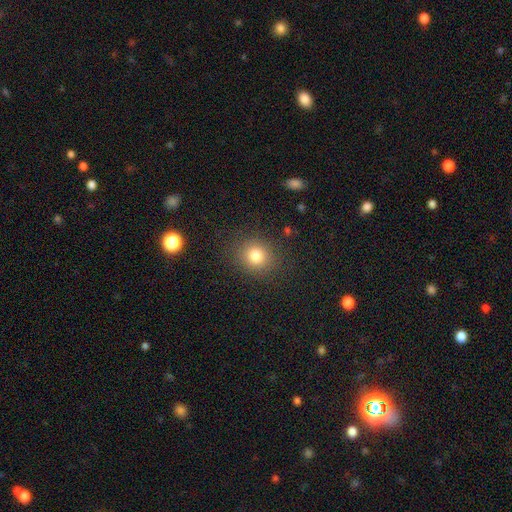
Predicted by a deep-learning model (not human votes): Overall: smooth (80%). How rounded: round (76%). Merging: none (86%).